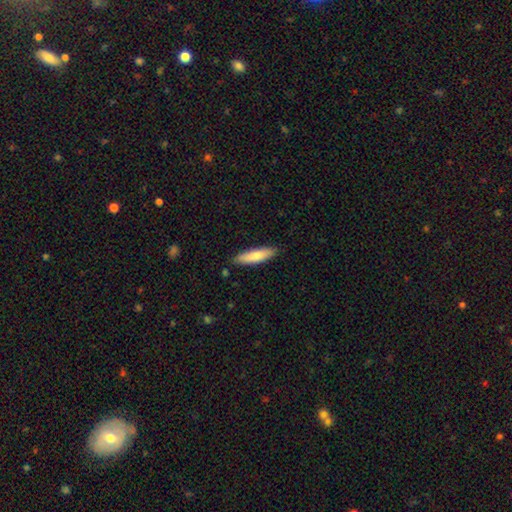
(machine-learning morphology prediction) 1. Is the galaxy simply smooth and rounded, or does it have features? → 77% smooth, 18% featured or disk, 5% star or artifact.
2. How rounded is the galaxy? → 68% cigar-shaped, 31% in between, 1% round.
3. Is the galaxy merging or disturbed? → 85% none, 11% minor disturbance, 2% major disturbance, 1% merger.